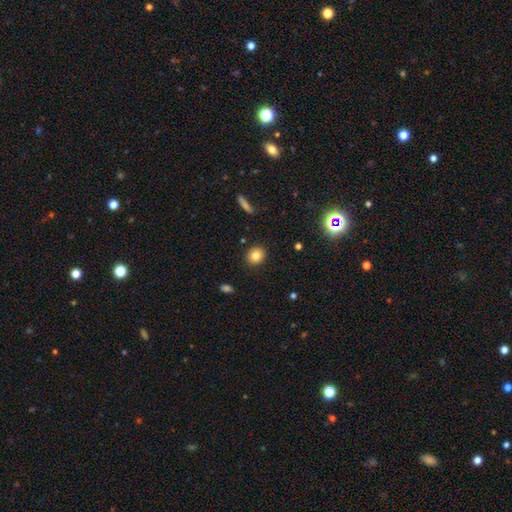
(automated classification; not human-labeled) This is clearly a smooth galaxy (81%). How rounded: likely round (79%). Merging: clearly none (90%).